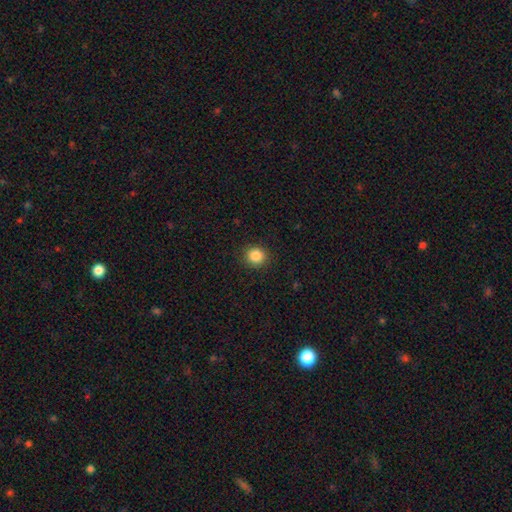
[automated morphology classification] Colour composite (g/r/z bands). It shows a smooth galaxy with no disk features (86%) that is round (88%). Merging: none (90%).